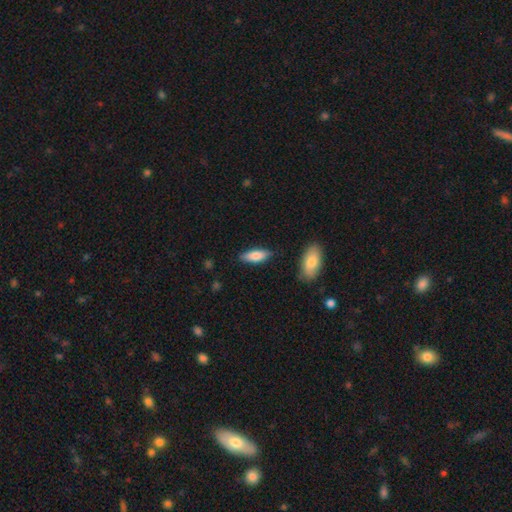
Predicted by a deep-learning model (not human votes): smooth-or-featured: smooth: 79% | featured or disk: 15% | star or artifact: 6%
  how-rounded: in between: 65% | cigar-shaped: 33% | round: 2%
  merging: none: 81% | minor disturbance: 13% | merger: 3% | major disturbance: 3%